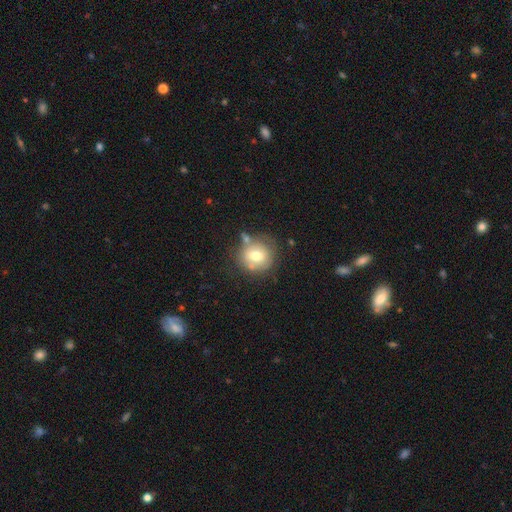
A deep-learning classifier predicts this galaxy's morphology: This appears to be a smooth galaxy with no disk features (68%) that is round (88%). Merging: none (65%).